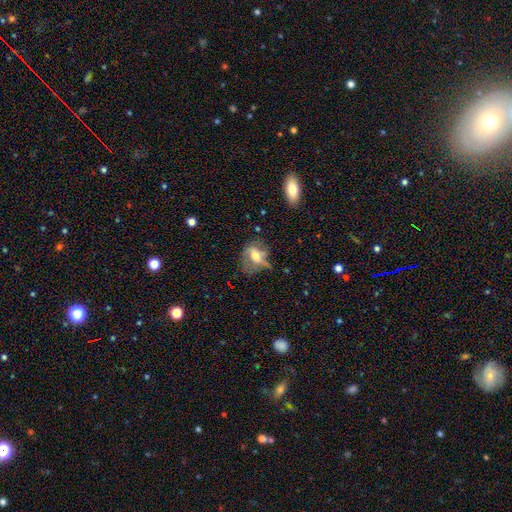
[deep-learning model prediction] A featured or disk galaxy (46%).

Vote fractions:
- Smooth or featured? featured or disk: 46% / smooth: 43% / star or artifact: 11%
- Merging? none: 40% / minor disturbance: 29% / major disturbance: 26% / merger: 6%